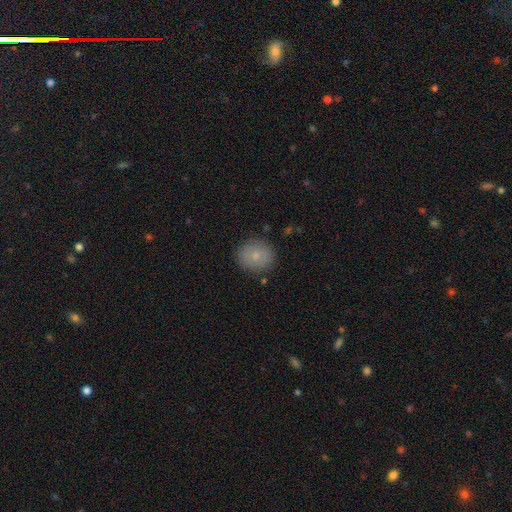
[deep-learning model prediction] smooth-or-featured: smooth: 78% | featured or disk: 14% | star or artifact: 9%
  how-rounded: round: 77% | in between: 22% | cigar-shaped: 1%
  merging: none: 85% | minor disturbance: 11% | major disturbance: 3% | merger: 2%